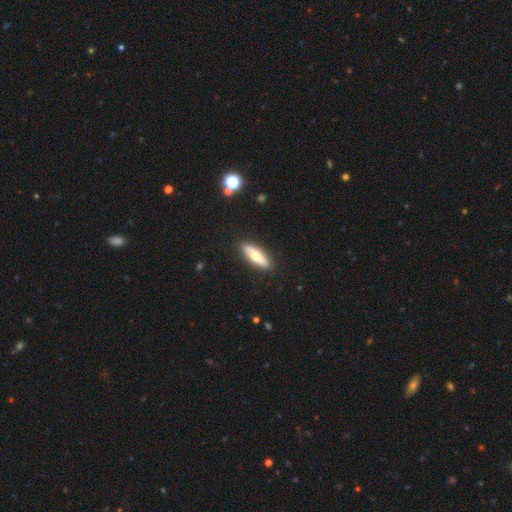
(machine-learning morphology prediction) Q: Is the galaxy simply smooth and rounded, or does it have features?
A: smooth — 56%.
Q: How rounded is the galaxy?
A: cigar-shaped — 55%.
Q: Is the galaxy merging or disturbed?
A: none — 89%.